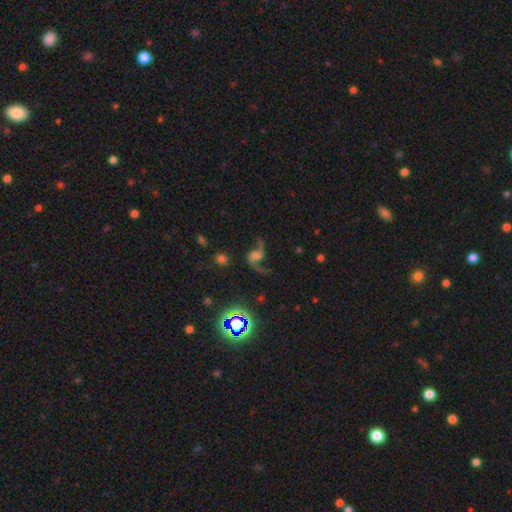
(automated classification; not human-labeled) Morphology: type=featured or disk (79%); edge-on=no (97%); bar=no (47%); spiral arms=yes (95%); winding=loose (87%); arm count=2 (91%); bulge=none (33%); merging=none (63%).